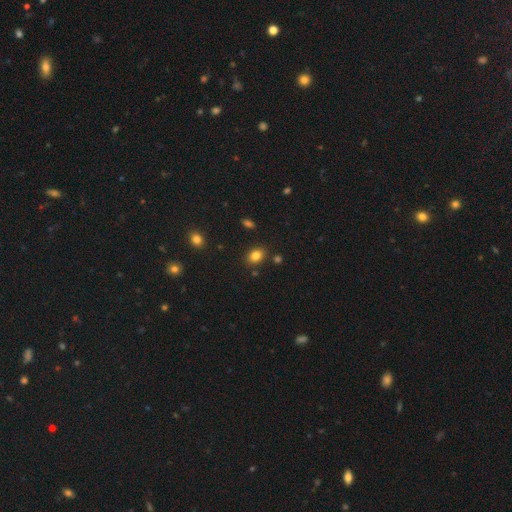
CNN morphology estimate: type=smooth (83%); roundness=in between (67%); merging=none (84%).